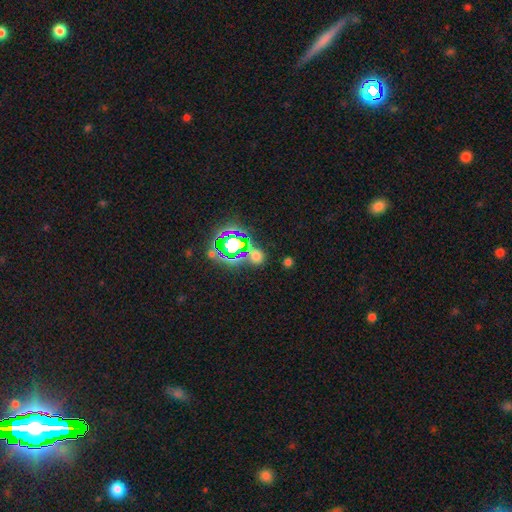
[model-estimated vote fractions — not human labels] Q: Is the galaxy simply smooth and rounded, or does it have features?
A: smooth — 51%.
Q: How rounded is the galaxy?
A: round — 79%.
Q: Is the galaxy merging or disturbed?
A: none — 74%.